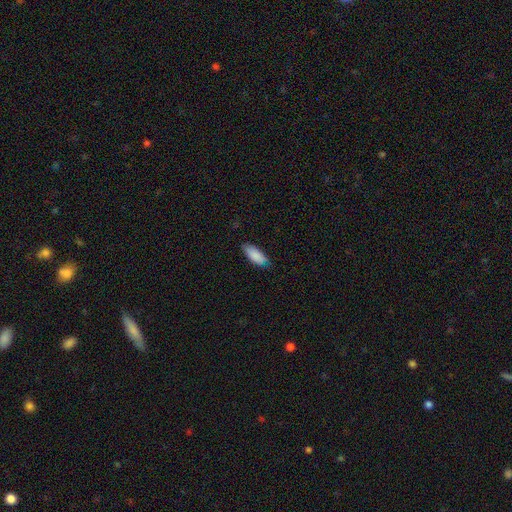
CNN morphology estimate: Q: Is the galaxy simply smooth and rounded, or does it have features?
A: smooth — 87%.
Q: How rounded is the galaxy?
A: in between — 82%.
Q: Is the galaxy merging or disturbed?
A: none — 74%.